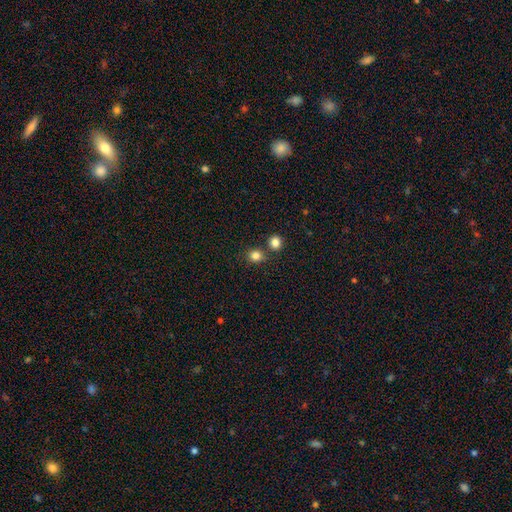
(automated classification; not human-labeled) smooth-or-featured: smooth: 83% | star or artifact: 12% | featured or disk: 5%
  how-rounded: round: 81% | in between: 18% | cigar-shaped: 1%
  merging: none: 71% | merger: 19% | minor disturbance: 8% | major disturbance: 3%